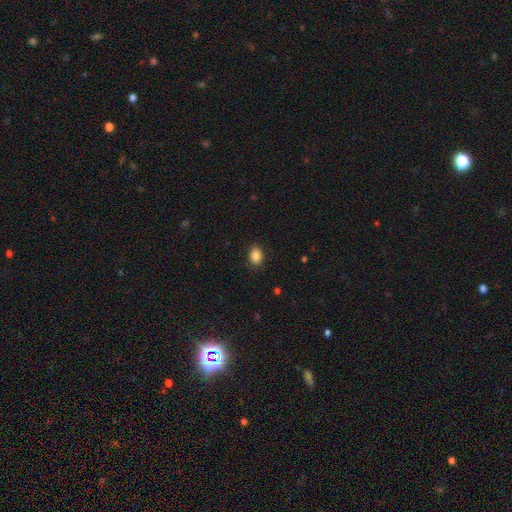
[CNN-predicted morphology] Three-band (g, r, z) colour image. It shows a smooth galaxy with no disk features (86%) that is in between round and cigar-shaped (67%). Merging: none (88%).